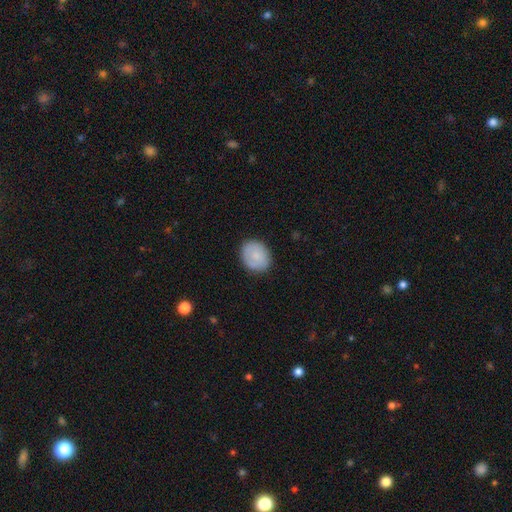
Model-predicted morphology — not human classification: Overall: smooth (79%). How rounded: round (60%; in between 39%). Merging: none (85%).